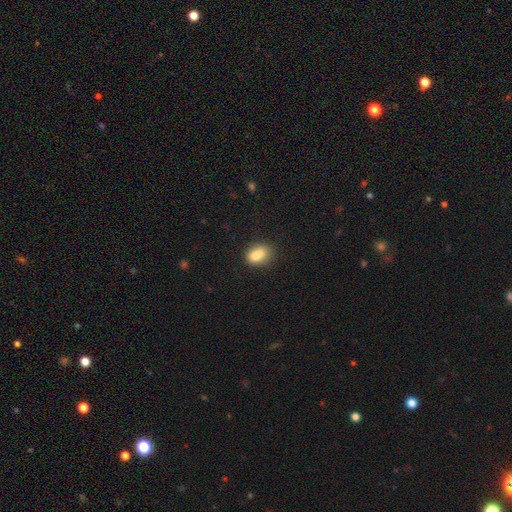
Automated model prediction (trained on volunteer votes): A smooth galaxy with no disk features (77%) that is in between round and cigar-shaped (68%). Merging: none (45%).